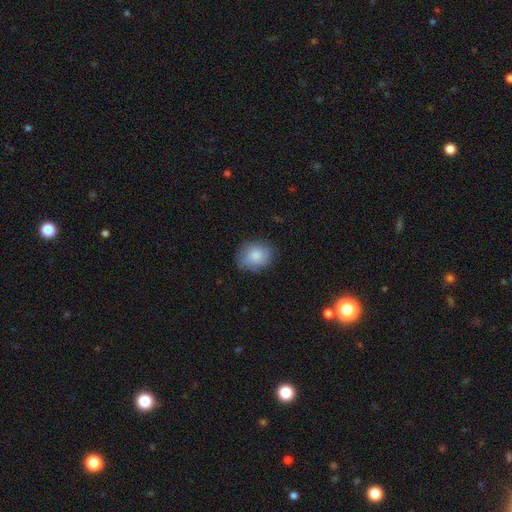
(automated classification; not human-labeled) The model was most divided on "how rounded": round: 54%, in between: 45%, cigar-shaped: 1%. More confident: smooth or featured — smooth (79%); merging — none (76%).